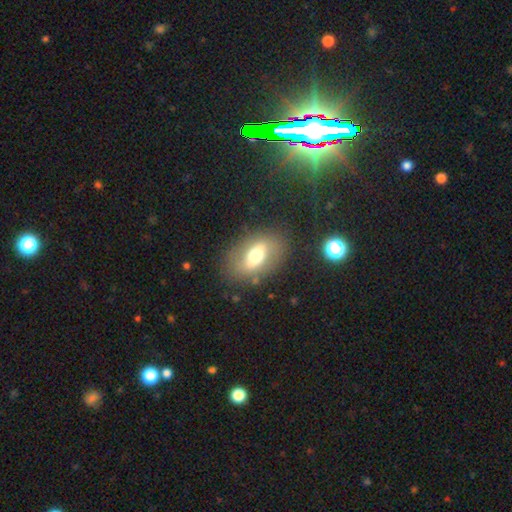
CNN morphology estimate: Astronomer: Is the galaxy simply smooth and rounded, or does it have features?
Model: smooth — 43% (runner-up: featured or disk, 34%).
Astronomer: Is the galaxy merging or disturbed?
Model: none — 84%.